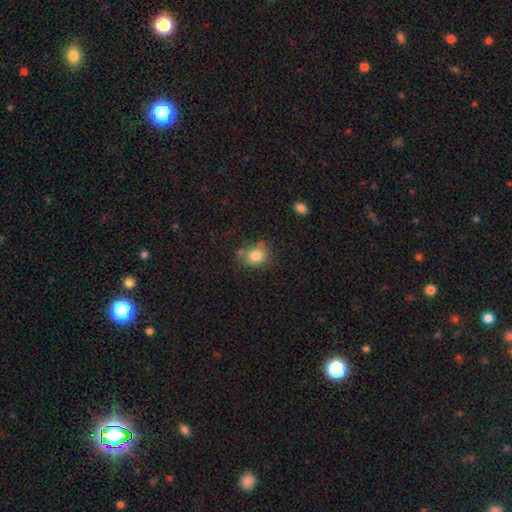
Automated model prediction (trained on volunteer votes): A smooth galaxy with no disk features (81%) that is round (57%).

Vote fractions:
- Smooth or featured? smooth: 81% / star or artifact: 10% / featured or disk: 9%
- How rounded? round: 57% / in between: 42% / cigar-shaped: 1%
- Merging? none: 67% / minor disturbance: 19% / merger: 9% / major disturbance: 6%